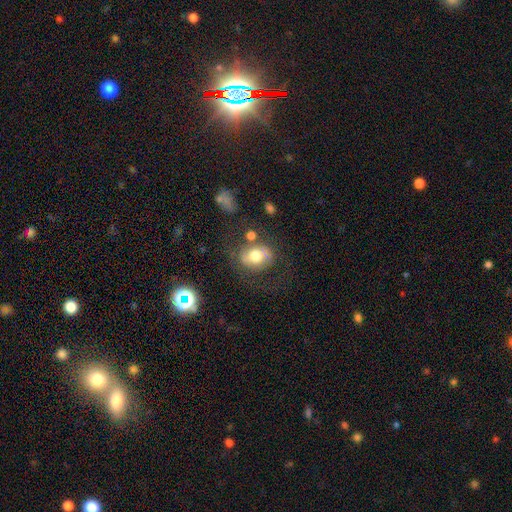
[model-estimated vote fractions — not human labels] Q: Smooth or featured?
A: smooth (54%); runner-up: featured or disk (36%)
Q: How rounded?
A: in between (51%); runner-up: round (47%)
Q: Merging?
A: none (58%); runner-up: minor disturbance (19%)